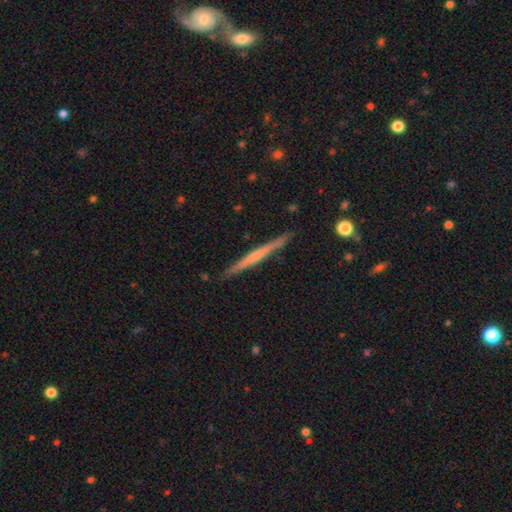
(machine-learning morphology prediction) Smooth or featured? Predicted: featured or disk (p=0.59). Edge-on disk? Predicted: yes (p=0.98). Edge-on bulge? Predicted: none (p=0.64). Merging? Predicted: none (p=0.89).